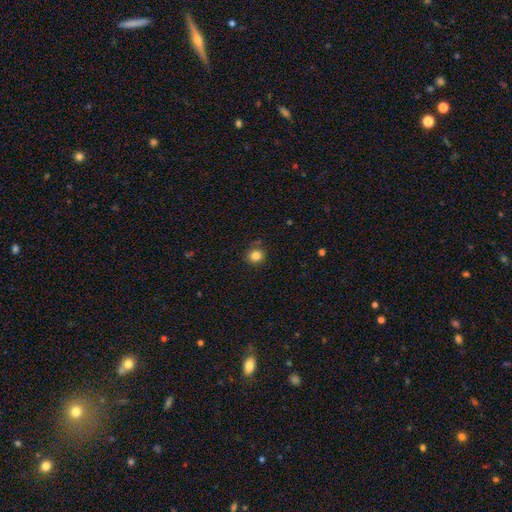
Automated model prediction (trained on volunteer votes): The model was most divided on "merging": none: 82%, minor disturbance: 12%, major disturbance: 3%, merger: 2%. More confident: how rounded — round (85%); smooth or featured — smooth (83%).